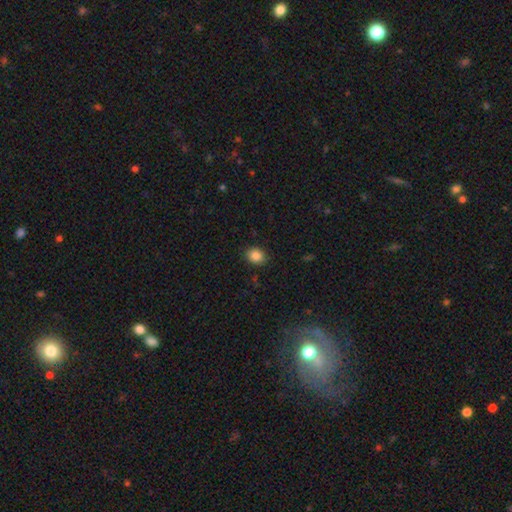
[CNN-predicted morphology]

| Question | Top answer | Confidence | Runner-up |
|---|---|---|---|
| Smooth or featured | smooth | 86% | star or artifact (10%) |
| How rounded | round | 56% | in between (43%) |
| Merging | none | 88% | minor disturbance (9%) |